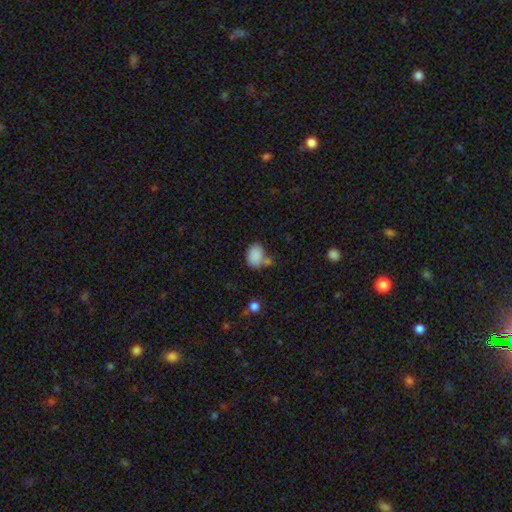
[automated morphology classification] A smooth galaxy with no disk features (85%) that is in between round and cigar-shaped (75%). Merging: none (53%).